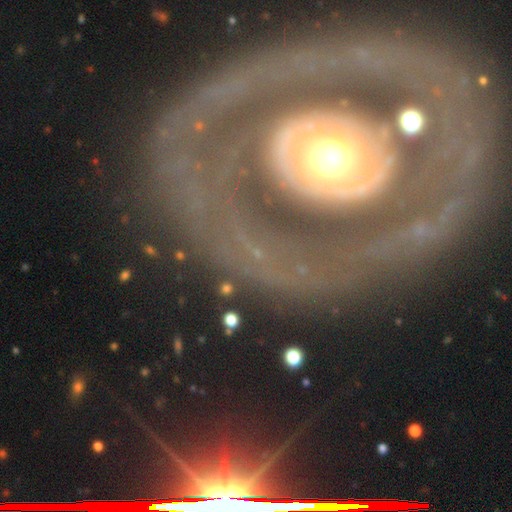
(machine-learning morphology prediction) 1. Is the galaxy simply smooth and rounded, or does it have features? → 78% featured or disk, 14% smooth, 8% star or artifact.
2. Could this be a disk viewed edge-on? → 94% no, 6% yes.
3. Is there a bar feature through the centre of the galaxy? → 74% no, 14% weak, 12% strong.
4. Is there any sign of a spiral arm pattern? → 59% yes, 41% no.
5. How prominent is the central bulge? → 61% moderate, 25% large, 8% small, 5% dominant, 2% none.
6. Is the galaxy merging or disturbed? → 70% none, 15% major disturbance, 12% minor disturbance, 3% merger.